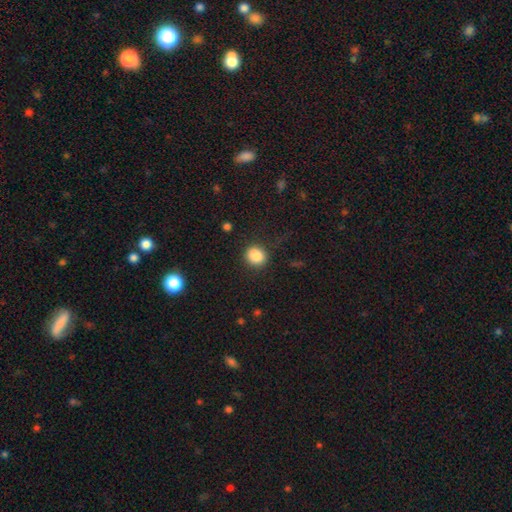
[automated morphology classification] Smooth or featured: smooth — 86% (star or artifact — 9%)
How rounded: round — 77% (in between — 22%)
Merging: none — 84% (minor disturbance — 10%)